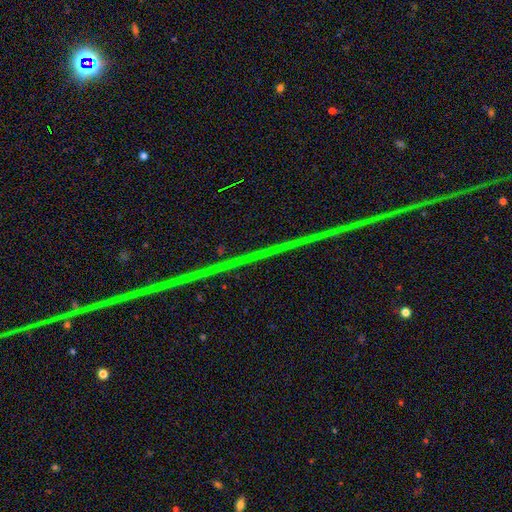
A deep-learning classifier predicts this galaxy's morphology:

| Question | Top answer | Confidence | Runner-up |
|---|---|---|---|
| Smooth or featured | star or artifact | 88% | featured or disk (8%) |